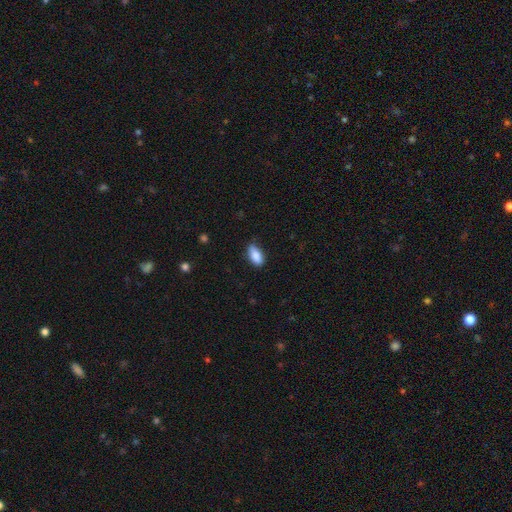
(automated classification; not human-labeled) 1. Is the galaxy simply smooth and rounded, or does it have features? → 85% smooth, 8% featured or disk, 7% star or artifact.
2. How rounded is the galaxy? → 88% in between, 8% cigar-shaped, 3% round.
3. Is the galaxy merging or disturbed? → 68% none, 26% minor disturbance, 4% major disturbance, 2% merger.